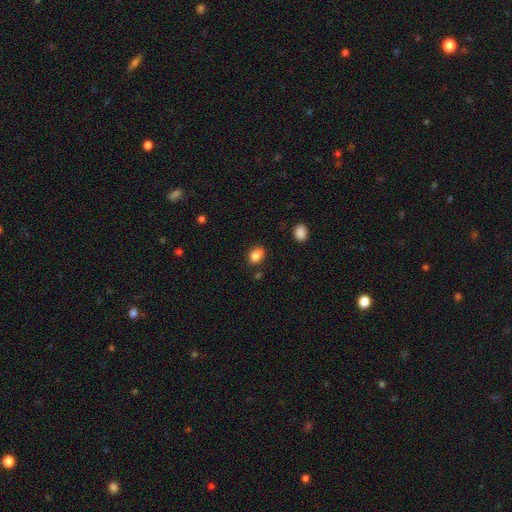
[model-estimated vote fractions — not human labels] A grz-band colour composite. It shows a smooth galaxy with no disk features (84%) that is in between round and cigar-shaped (53%). Merging: none (70%).